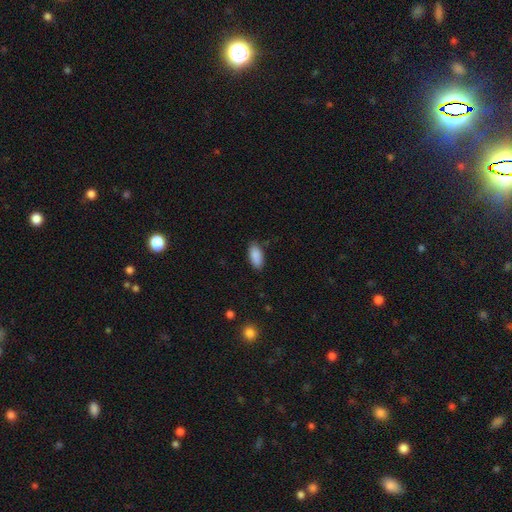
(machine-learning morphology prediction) Smooth or featured: smooth — 89% (star or artifact — 7%)
How rounded: in between — 91% (cigar-shaped — 7%)
Merging: none — 83% (minor disturbance — 13%)